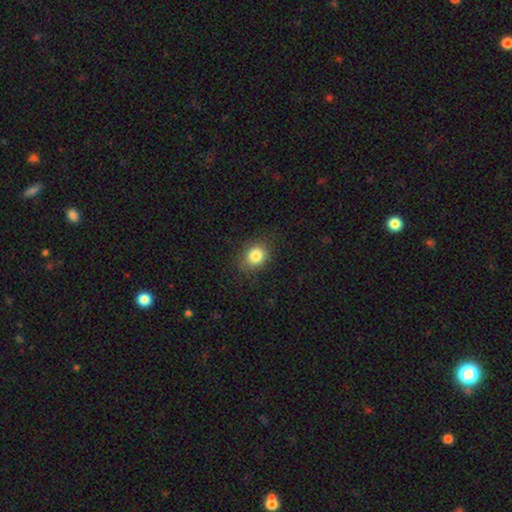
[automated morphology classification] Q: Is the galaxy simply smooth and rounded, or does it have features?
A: smooth — 83%.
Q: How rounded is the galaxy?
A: round — 56%.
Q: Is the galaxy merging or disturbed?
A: none — 81%.